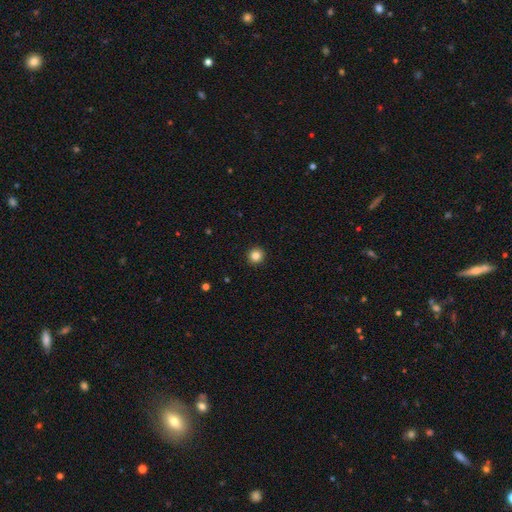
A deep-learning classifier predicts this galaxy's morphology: Smooth or featured? Predicted: smooth (p=0.84). How rounded? Predicted: round (p=0.95). Merging? Predicted: none (p=0.94).